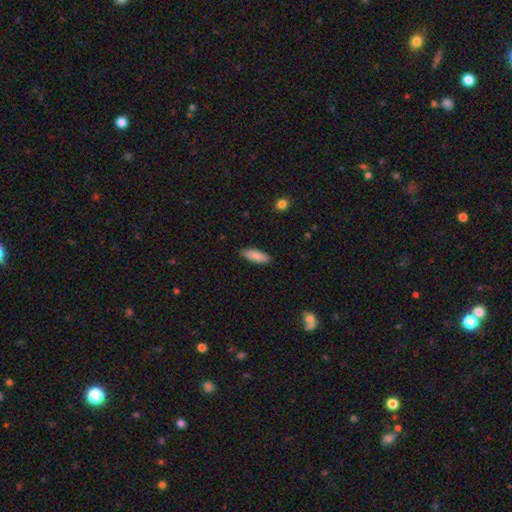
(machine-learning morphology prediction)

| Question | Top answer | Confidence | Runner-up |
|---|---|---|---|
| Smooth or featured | smooth | 88% | star or artifact (6%) |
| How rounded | in between | 60% | cigar-shaped (39%) |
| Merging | none | 89% | minor disturbance (8%) |